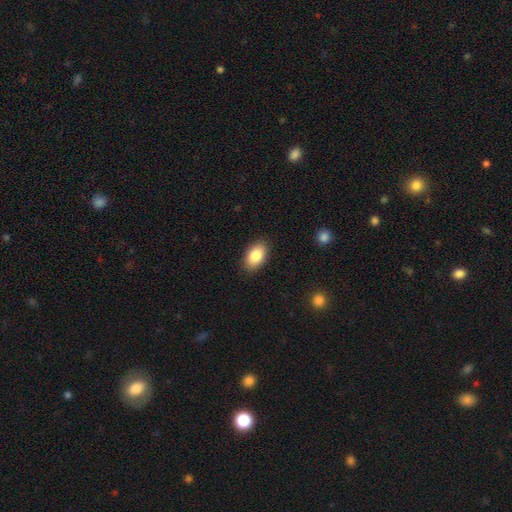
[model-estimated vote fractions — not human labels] smooth 85%, featured or disk 8%, star or artifact 7%. Down the decision tree: how rounded — in between (92%); merging — none (89%).